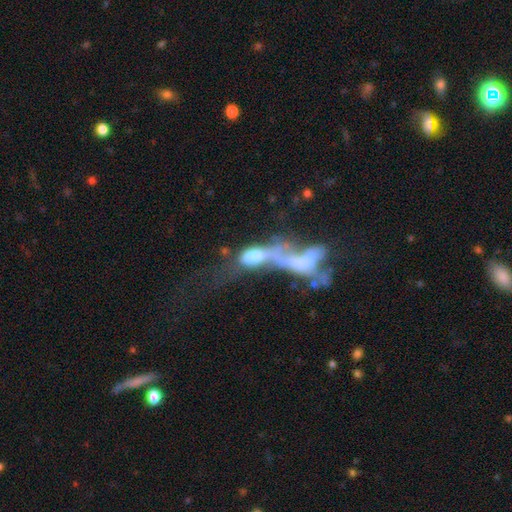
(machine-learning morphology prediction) smooth 52%, featured or disk 37%, star or artifact 11%. Down the decision tree: how rounded — in between (70%); merging — merger (68%).